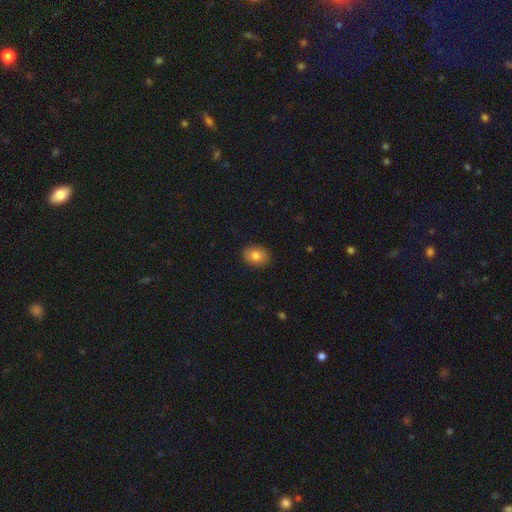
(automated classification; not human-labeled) Smooth or featured: smooth — 82% (featured or disk — 10%)
How rounded: in between — 51% (round — 48%)
Merging: none — 89% (minor disturbance — 8%)